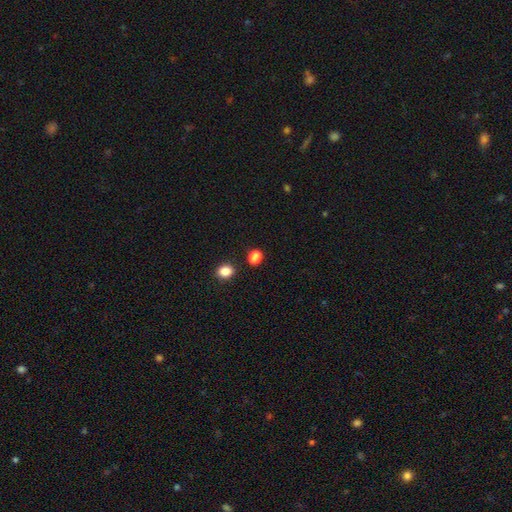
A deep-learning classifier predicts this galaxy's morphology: This is clearly a smooth galaxy (83%). How rounded: possibly in between (58%). Merging: likely none (77%).